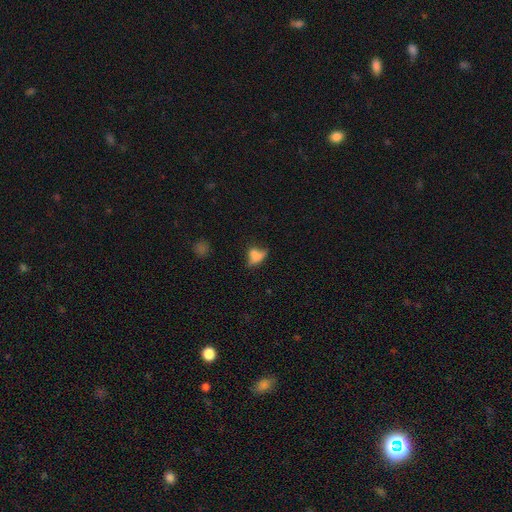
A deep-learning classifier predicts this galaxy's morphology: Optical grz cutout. It shows a smooth galaxy with no disk features (64%) that is in between round and cigar-shaped (75%). Merging: none (38%).